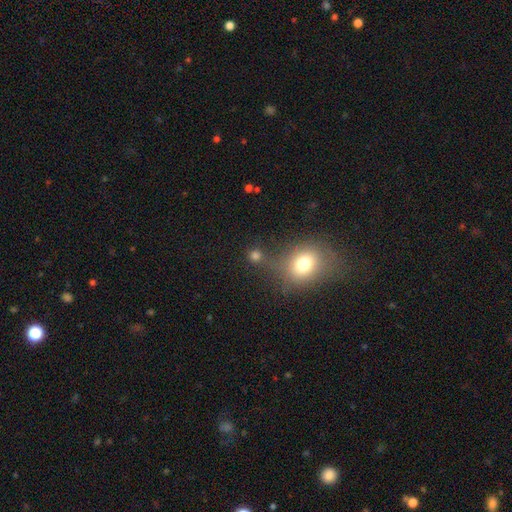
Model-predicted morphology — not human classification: smooth-or-featured: smooth: 73% | star or artifact: 19% | featured or disk: 8%
  how-rounded: round: 85% | in between: 14% | cigar-shaped: 2%
  merging: none: 64% | merger: 20% | minor disturbance: 10% | major disturbance: 6%